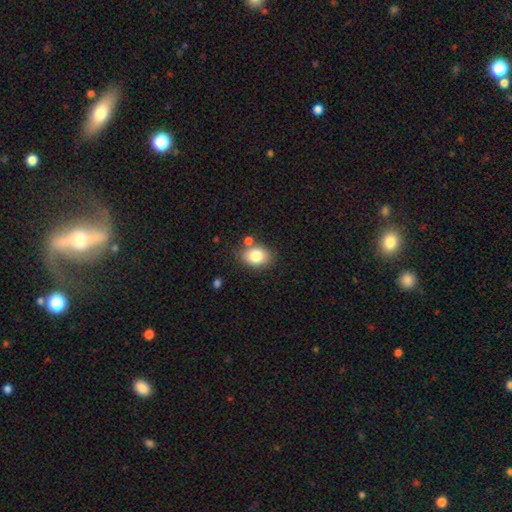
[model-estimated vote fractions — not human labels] Smooth or featured: smooth — 82% (featured or disk — 9%)
How rounded: in between — 69% (round — 30%)
Merging: none — 73% (minor disturbance — 14%)